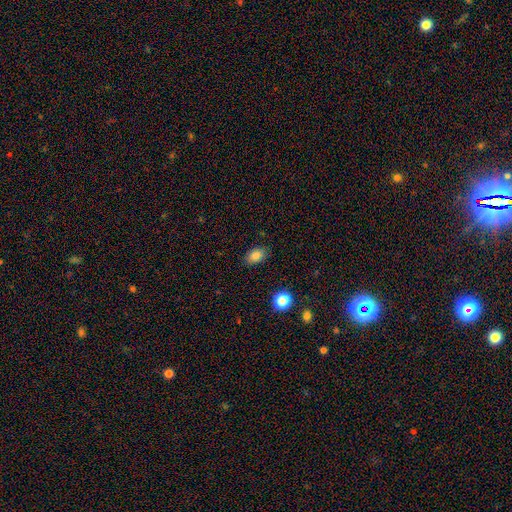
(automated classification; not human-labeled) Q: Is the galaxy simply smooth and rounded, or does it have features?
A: smooth — 83%.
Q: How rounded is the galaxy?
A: in between — 86%.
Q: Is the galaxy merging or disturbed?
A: none — 86%.